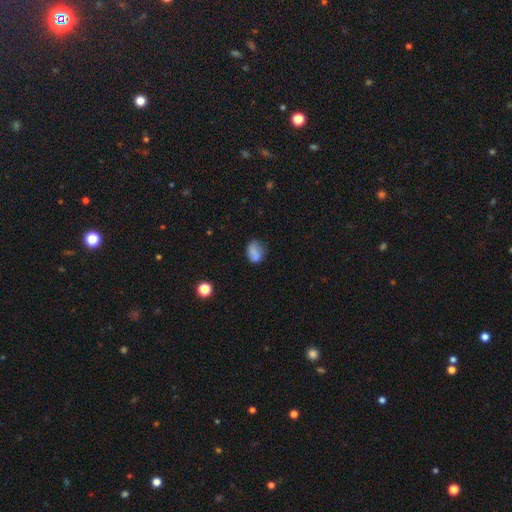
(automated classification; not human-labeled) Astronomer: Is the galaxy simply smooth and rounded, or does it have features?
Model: smooth — 75%.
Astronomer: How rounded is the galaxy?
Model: in between — 57% (runner-up: round, 41%).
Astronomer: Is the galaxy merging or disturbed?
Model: none — 58%.